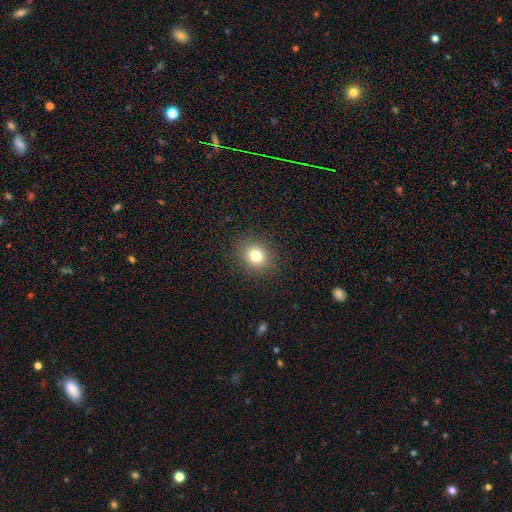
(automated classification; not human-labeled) Smooth or featured?
  - smooth: 78% *
  - star or artifact: 14%
  - featured or disk: 9%
How rounded?
  - round: 76% *
  - in between: 23%
  - cigar-shaped: 1%
Merging?
  - none: 89% *
  - minor disturbance: 7%
  - major disturbance: 3%
  - merger: 1%